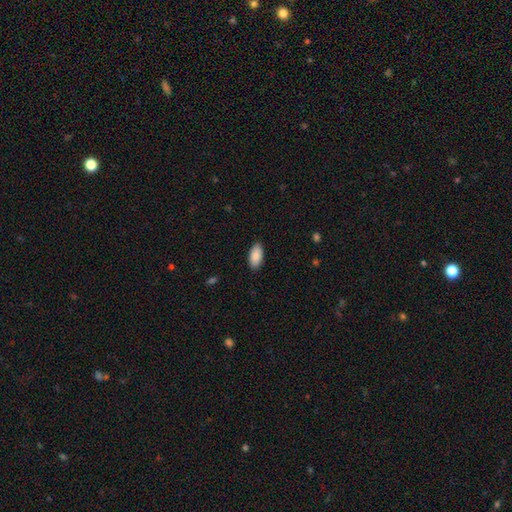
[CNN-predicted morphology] smooth_or_featured: smooth (p=0.90) [alt: star or artifact p=0.06]
how_rounded: in between (p=0.94) [alt: cigar-shaped p=0.04]
merging: none (p=0.88) [alt: minor disturbance p=0.09]